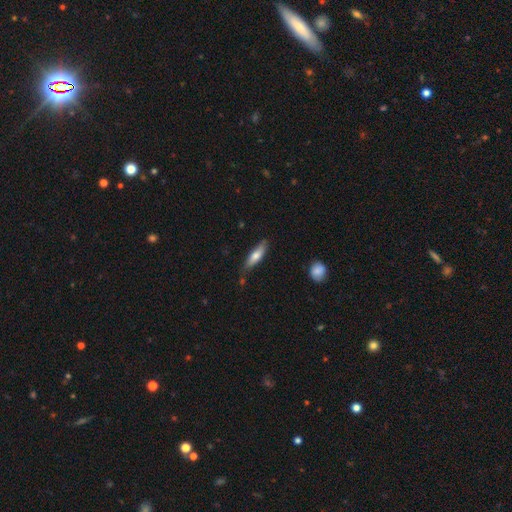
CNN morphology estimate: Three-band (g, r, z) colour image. It shows a smooth galaxy with no disk features (66%) that is cigar-shaped (68%). Merging: none (73%).